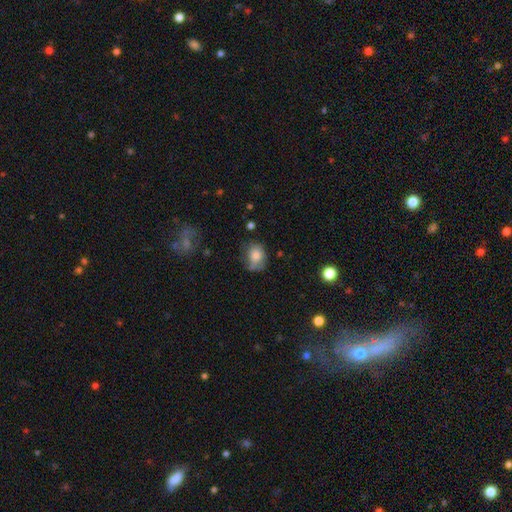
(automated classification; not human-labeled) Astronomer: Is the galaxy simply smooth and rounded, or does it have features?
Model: smooth — 76%.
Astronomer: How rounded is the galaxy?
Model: in between — 55% (runner-up: round, 43%).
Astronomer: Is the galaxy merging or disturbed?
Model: none — 46% (runner-up: minor disturbance, 34%).